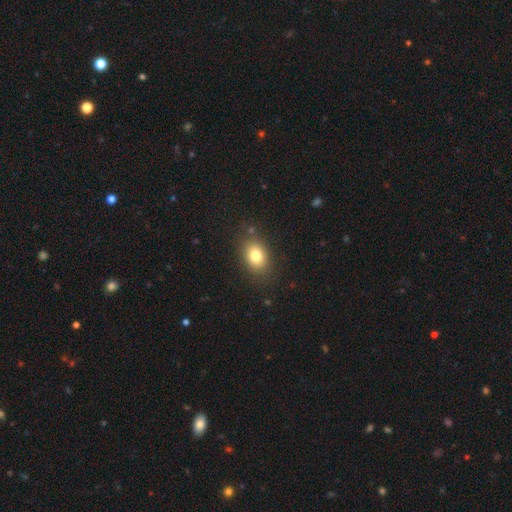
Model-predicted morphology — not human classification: type=smooth (80%); roundness=in between (71%); merging=none (84%).